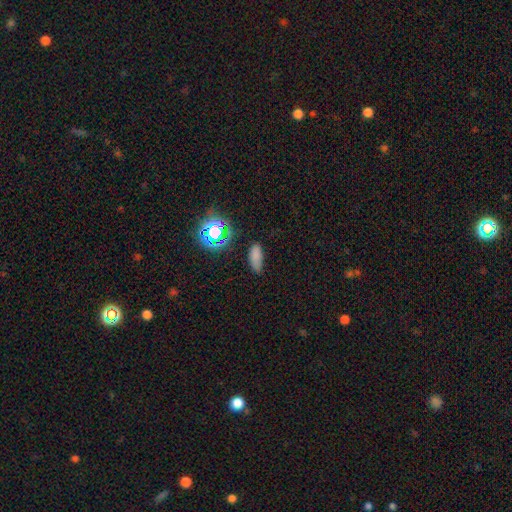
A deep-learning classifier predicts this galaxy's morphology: This is likely a smooth galaxy (71%). How rounded: clearly in between (80%). Merging: likely none (76%).